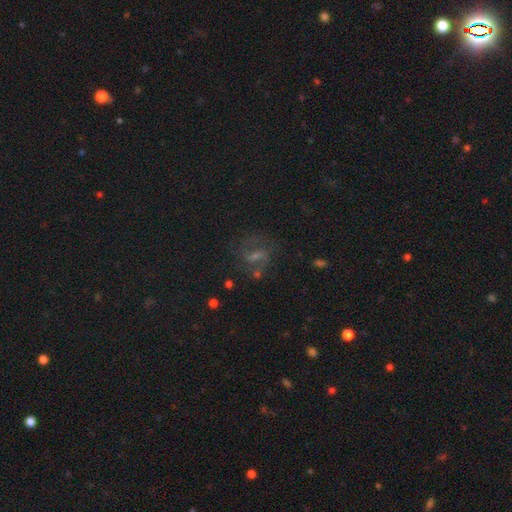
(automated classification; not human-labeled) Smooth or featured?
  - featured or disk: 54% *
  - star or artifact: 24%
  - smooth: 23%
Edge-on disk?
  - no: 95% *
  - yes: 5%
Bar?
  - weak: 50% *
  - strong: 25%
  - no: 24%
Spiral arms?
  - yes: 81% *
  - no: 19%
Bulge size?
  - small: 43% *
  - moderate: 35%
  - none: 15%
  - large: 6%
  - dominant: 2%
Merging?
  - none: 62% *
  - minor disturbance: 17%
  - major disturbance: 14%
  - merger: 6%